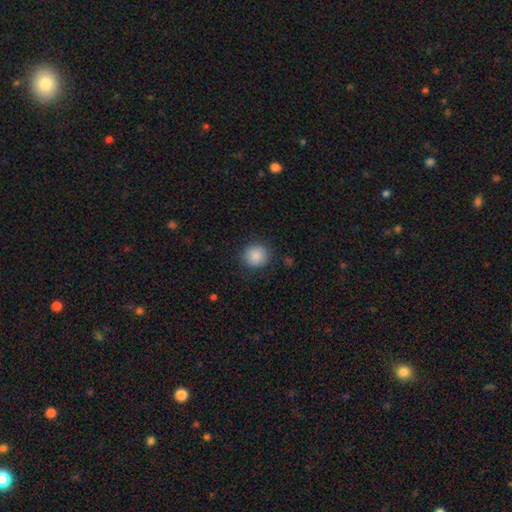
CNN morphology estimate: Q: Smooth or featured?
A: smooth (87%); runner-up: star or artifact (9%)
Q: How rounded?
A: round (92%); runner-up: in between (7%)
Q: Merging?
A: none (87%); runner-up: minor disturbance (9%)